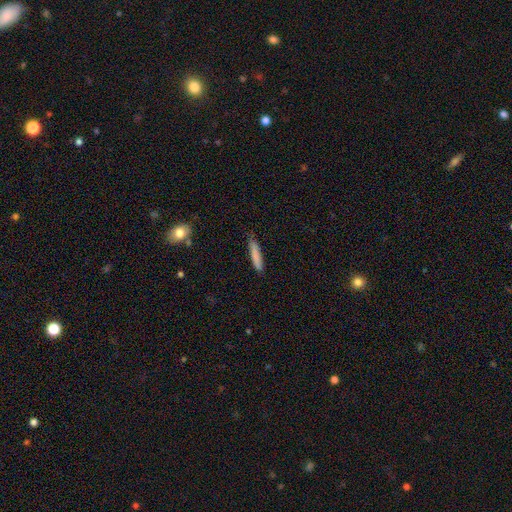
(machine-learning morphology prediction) A smooth galaxy with no disk features (83%) that is cigar-shaped (89%).

Vote fractions:
- Smooth or featured? smooth: 83% / featured or disk: 11% / star or artifact: 6%
- How rounded? cigar-shaped: 89% / in between: 9% / round: 1%
- Merging? none: 81% / minor disturbance: 15% / major disturbance: 2% / merger: 1%